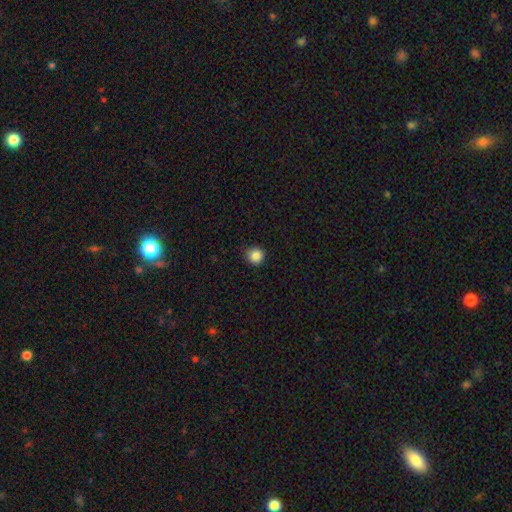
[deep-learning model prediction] Smooth or featured: smooth — 86% (star or artifact — 11%)
How rounded: round — 92% (in between — 7%)
Merging: none — 86% (minor disturbance — 11%)